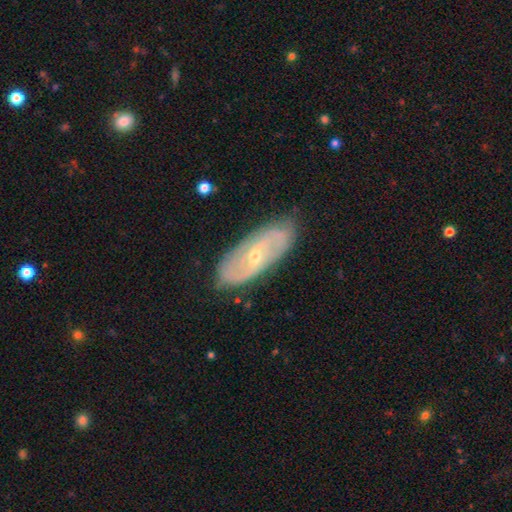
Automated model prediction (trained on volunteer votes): This is likely a featured or disk galaxy (76%). It is clearly not viewed edge-on (88%). Bar: marginally weak (43%). Spiral arm pattern: clearly yes (81%). Spiral arm count: likely 2 (75%). Spiral winding: marginally medium (39%). Central bulge: likely small (68%). Merging: clearly none (82%).